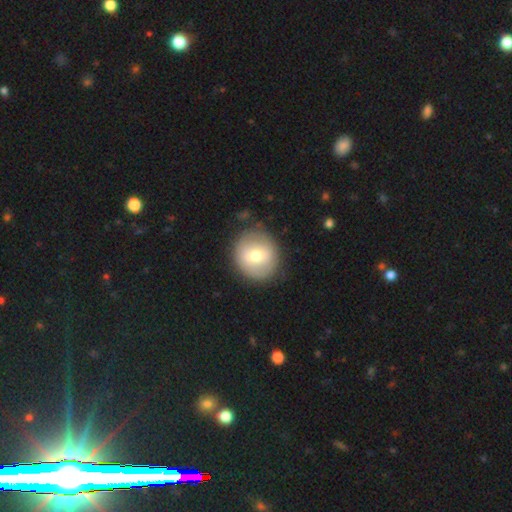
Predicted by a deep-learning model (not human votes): Q: Smooth or featured?
A: smooth (63%); runner-up: featured or disk (30%)
Q: How rounded?
A: round (86%); runner-up: in between (13%)
Q: Merging?
A: none (83%); runner-up: minor disturbance (12%)